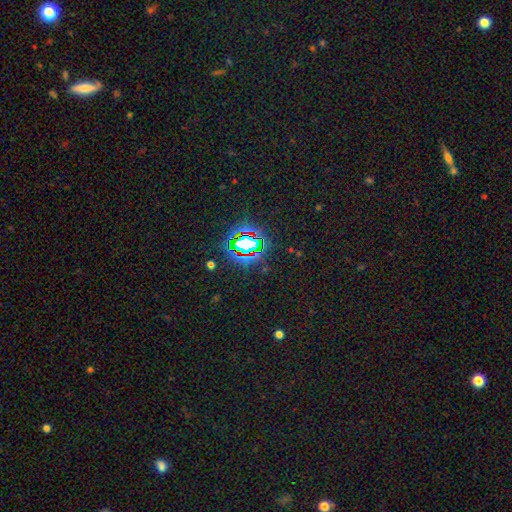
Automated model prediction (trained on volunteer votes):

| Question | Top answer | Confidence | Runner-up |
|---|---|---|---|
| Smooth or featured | star or artifact | 80% | smooth (13%) |